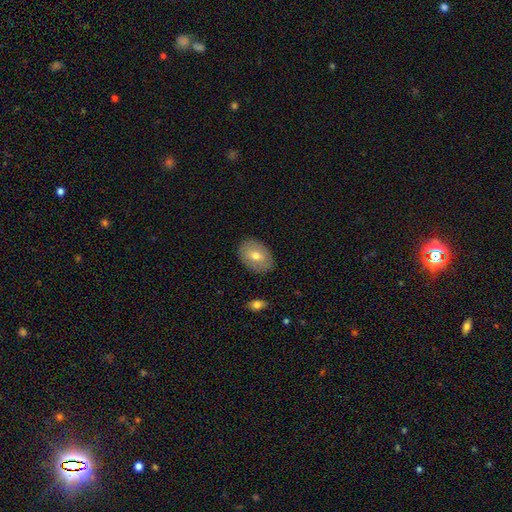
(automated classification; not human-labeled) The model was most divided on "smooth or featured": smooth: 66%, featured or disk: 27%, star or artifact: 7%. More confident: merging — none (86%); how rounded — in between (78%).